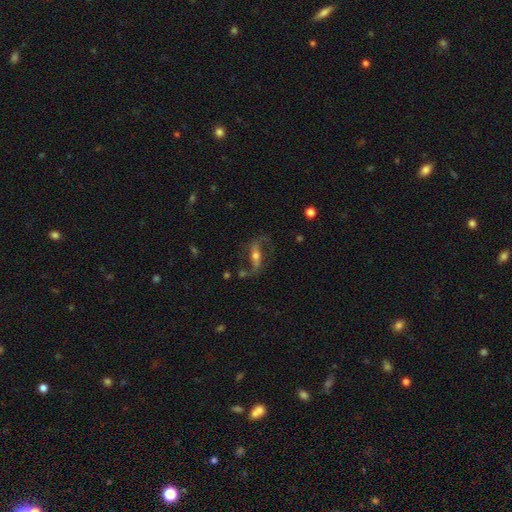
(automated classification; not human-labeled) Morphology: type=featured or disk (78%); edge-on=no (81%); bar=strong (51%); spiral arms=yes (88%); winding=loose (70%); arm count=2 (91%); bulge=moderate (63%); merging=none (69%).